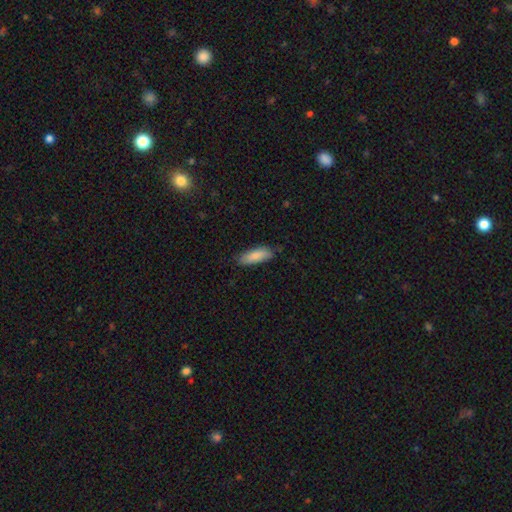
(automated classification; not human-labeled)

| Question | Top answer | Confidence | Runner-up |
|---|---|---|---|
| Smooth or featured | smooth | 86% | featured or disk (8%) |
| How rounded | in between | 58% | cigar-shaped (40%) |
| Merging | none | 82% | minor disturbance (15%) |